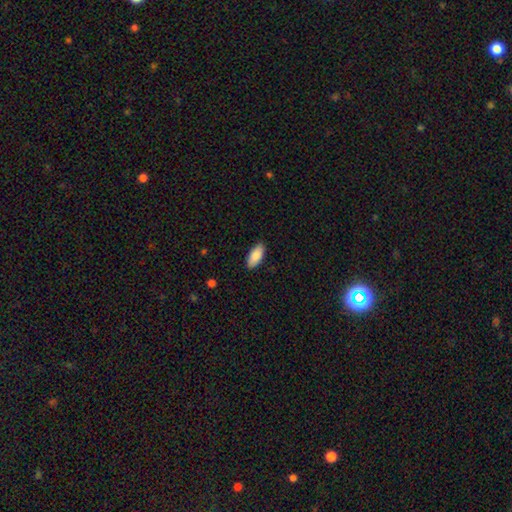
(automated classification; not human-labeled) Overall: smooth (88%). How rounded: in between (89%). Merging: none (88%).